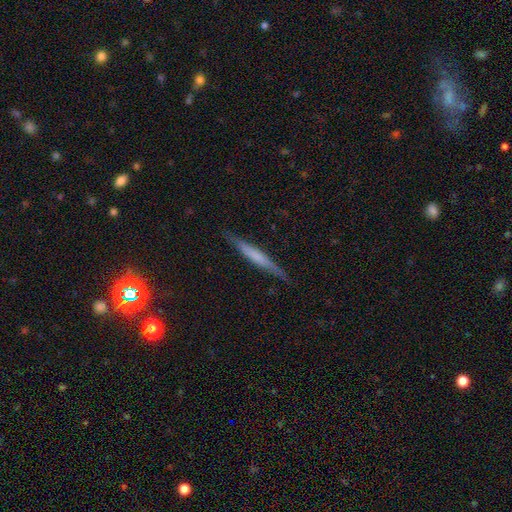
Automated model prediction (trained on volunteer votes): Q: Smooth or featured?
A: featured or disk (48%); runner-up: smooth (46%)
Q: Merging?
A: none (86%); runner-up: minor disturbance (11%)